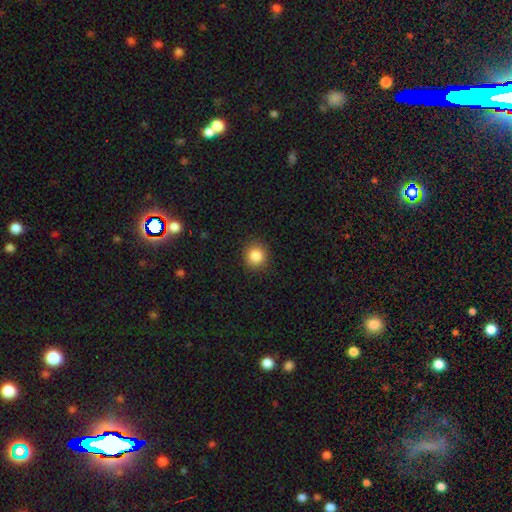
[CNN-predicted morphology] A smooth galaxy with no disk features (85%) that is round (89%). Merging: none (90%).